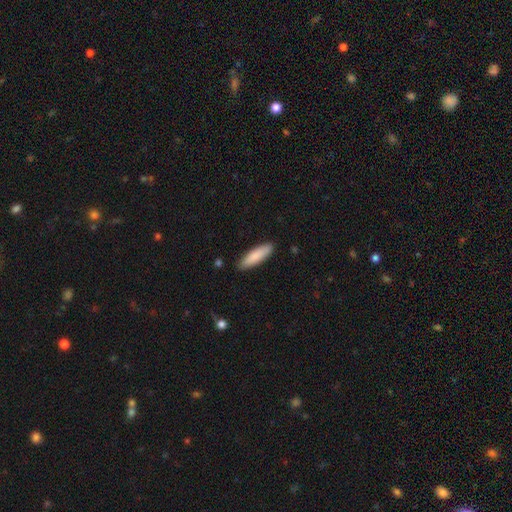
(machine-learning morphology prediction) Smooth or featured? Predicted: smooth (p=0.86). How rounded? Predicted: cigar-shaped (p=0.61). Merging? Predicted: none (p=0.87).